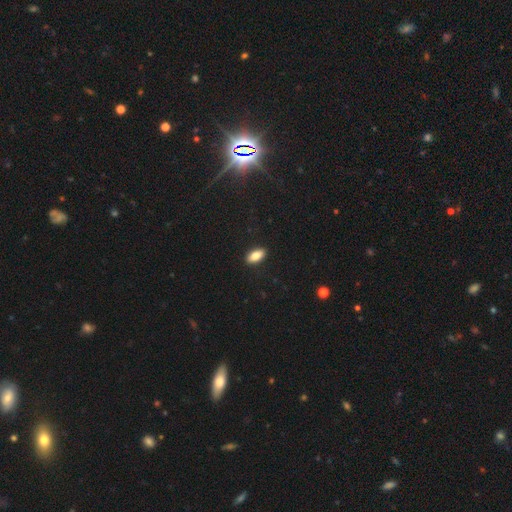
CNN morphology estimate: smooth_or_featured: smooth (p=0.82) [alt: featured or disk p=0.11]
how_rounded: in between (p=0.88) [alt: cigar-shaped p=0.09]
merging: none (p=0.90) [alt: minor disturbance p=0.07]